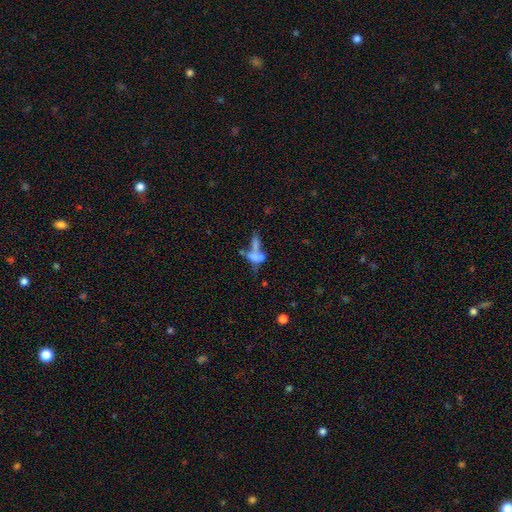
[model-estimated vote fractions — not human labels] Smooth or featured? smooth (52%)
How rounded? in between (59%)
Merging? merger (56%)